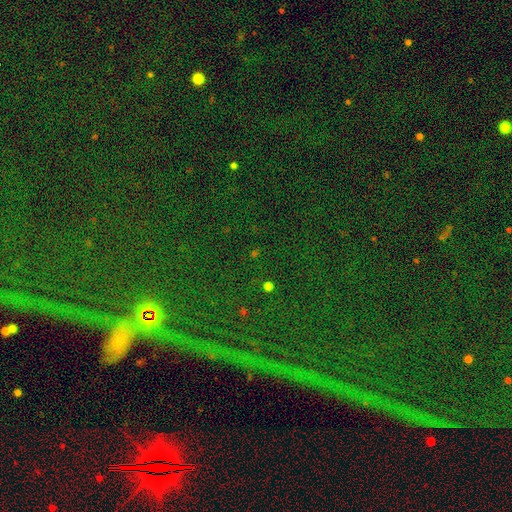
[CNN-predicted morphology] Q: Smooth or featured?
A: star or artifact (81%); runner-up: smooth (10%)